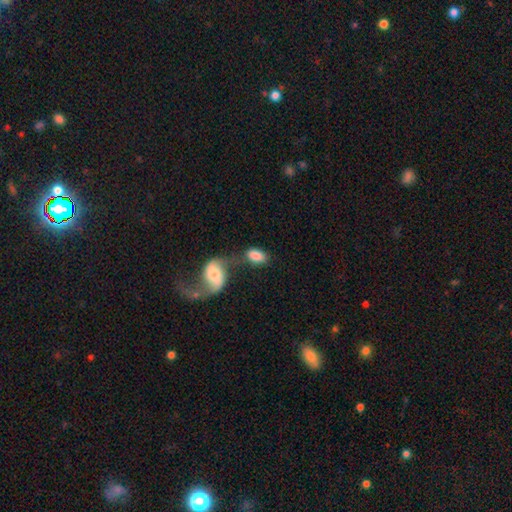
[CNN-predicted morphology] type=smooth (79%); roundness=in between (91%); merging=merger (44%).